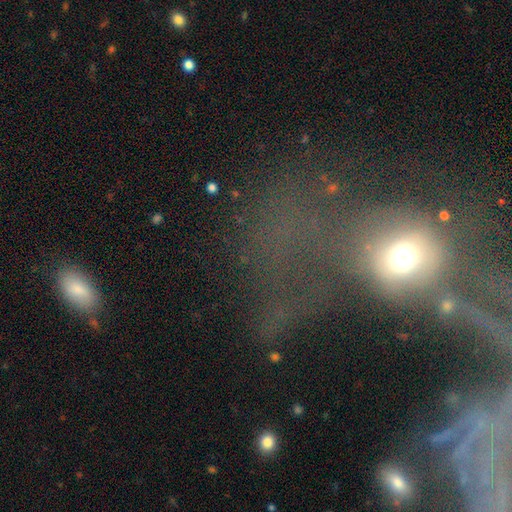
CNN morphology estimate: type=smooth (41%); merging=major disturbance (50%).